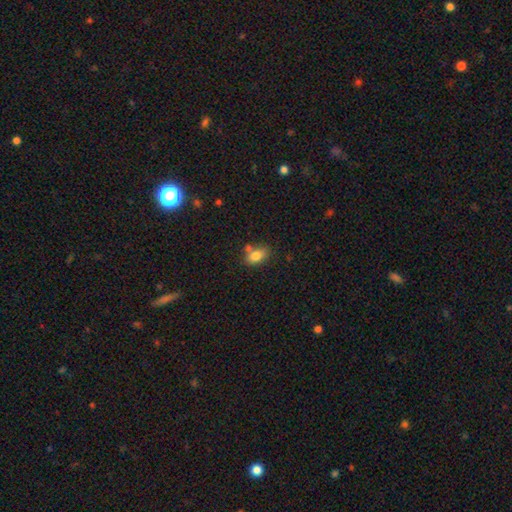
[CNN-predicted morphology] This appears to be a smooth galaxy with no disk features (81%) that is in between round and cigar-shaped (83%). Merging: none (59%).